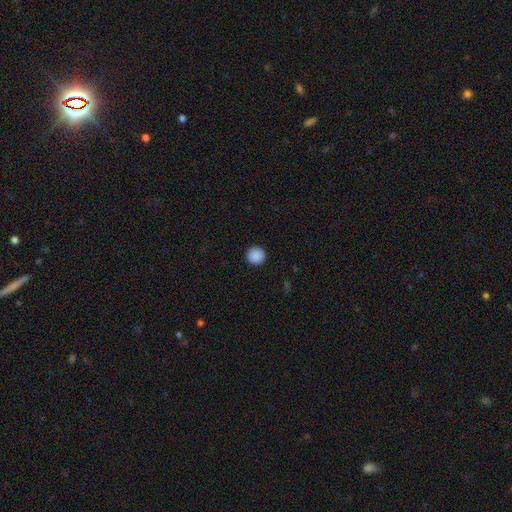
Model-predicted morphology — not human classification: Overall: smooth (89%). How rounded: round (94%). Merging: none (93%).